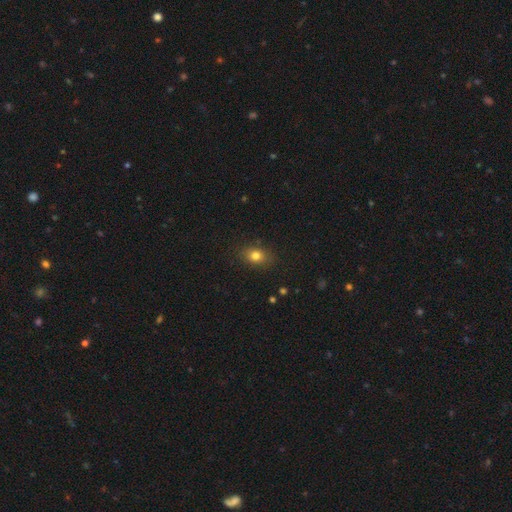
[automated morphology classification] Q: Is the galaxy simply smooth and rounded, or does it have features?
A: smooth — 79%.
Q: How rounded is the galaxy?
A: in between — 61%.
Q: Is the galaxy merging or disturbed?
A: none — 85%.